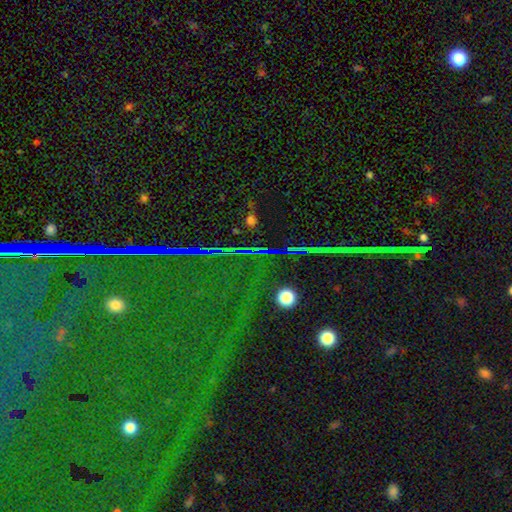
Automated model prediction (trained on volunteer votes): Smooth or featured: star or artifact — 81% (featured or disk — 11%)